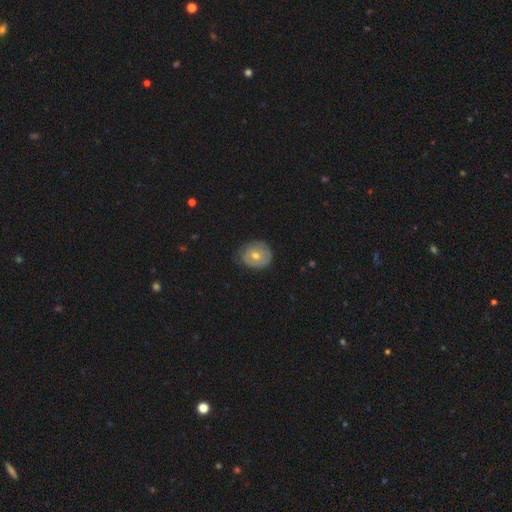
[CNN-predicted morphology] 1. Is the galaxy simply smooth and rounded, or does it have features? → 51% smooth, 41% featured or disk, 8% star or artifact.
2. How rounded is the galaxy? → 72% round, 27% in between, 1% cigar-shaped.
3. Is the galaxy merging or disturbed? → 76% none, 19% minor disturbance, 4% major disturbance, 1% merger.